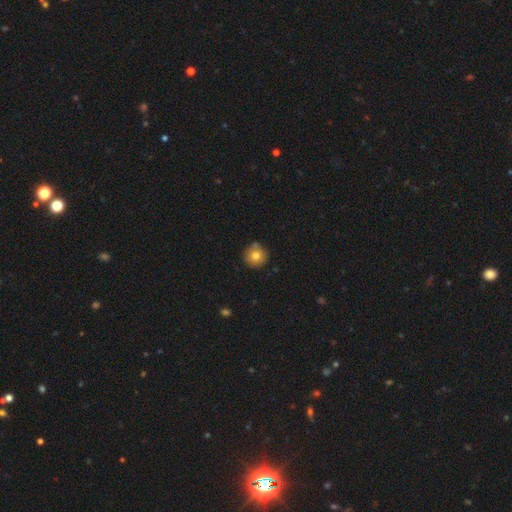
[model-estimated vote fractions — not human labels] Morphology: type=smooth (77%); roundness=round (95%); merging=none (81%).